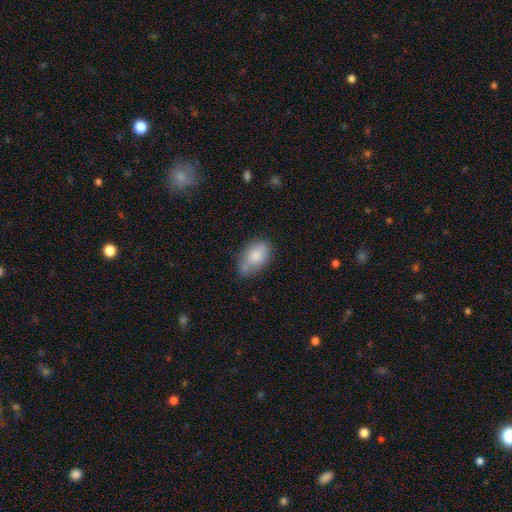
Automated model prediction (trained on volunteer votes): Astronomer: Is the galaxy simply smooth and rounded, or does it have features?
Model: smooth — 82%.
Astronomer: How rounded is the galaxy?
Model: in between — 90%.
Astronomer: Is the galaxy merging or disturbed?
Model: none — 55%.